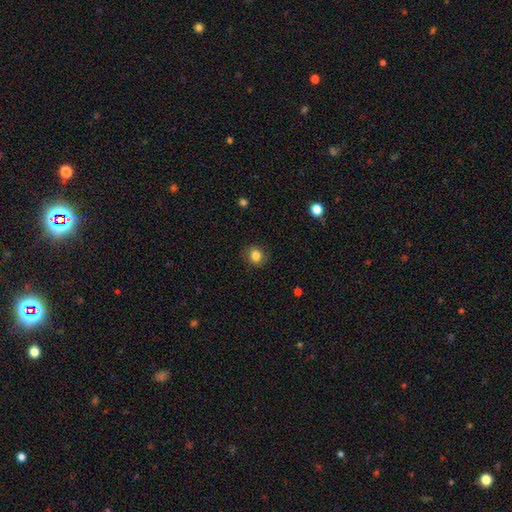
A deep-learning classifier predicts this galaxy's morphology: smooth_or_featured: smooth (p=0.83) [alt: star or artifact p=0.10]
how_rounded: round (p=0.78) [alt: in between p=0.21]
merging: none (p=0.84) [alt: minor disturbance p=0.12]